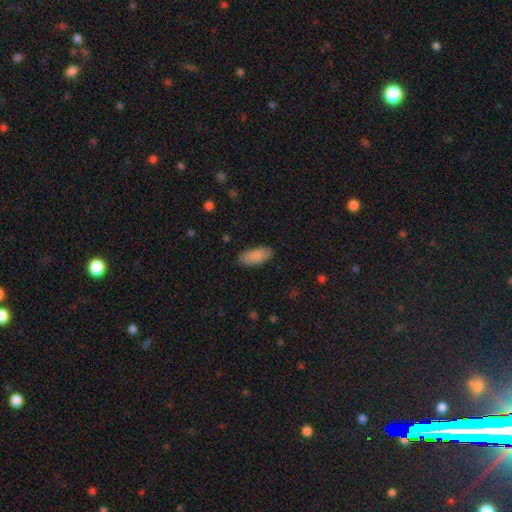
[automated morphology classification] The model was most divided on "how rounded": in between: 85%, cigar-shaped: 13%, round: 2%. More confident: smooth or featured — smooth (88%); merging — none (85%).